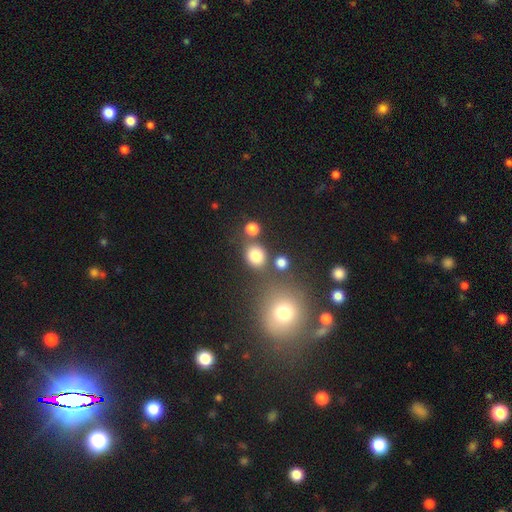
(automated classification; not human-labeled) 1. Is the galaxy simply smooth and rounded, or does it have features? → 79% smooth, 14% star or artifact, 7% featured or disk.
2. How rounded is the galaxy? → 70% round, 29% in between, 1% cigar-shaped.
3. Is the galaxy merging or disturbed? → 70% none, 14% merger, 11% minor disturbance, 5% major disturbance.